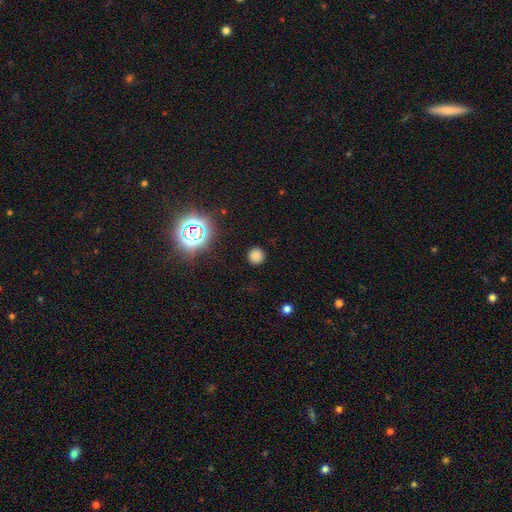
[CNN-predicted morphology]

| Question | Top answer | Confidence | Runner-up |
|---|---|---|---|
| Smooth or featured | smooth | 75% | star or artifact (20%) |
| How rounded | round | 94% | in between (5%) |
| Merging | none | 90% | minor disturbance (6%) |